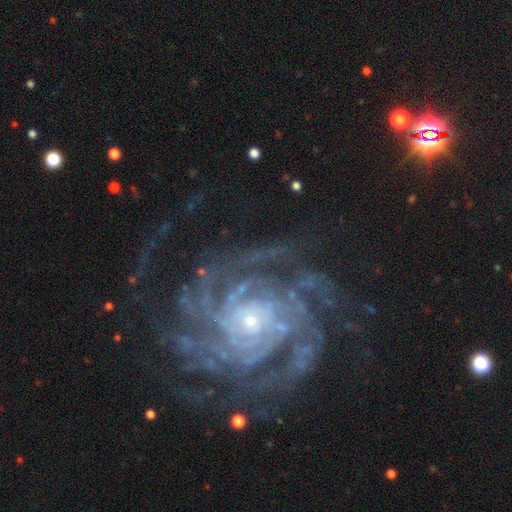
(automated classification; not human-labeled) smooth-or-featured: featured or disk: 91% | star or artifact: 6% | smooth: 3%
  disk-edge-on: no: 97% | yes: 3%
    bar: no: 71% | weak: 20% | strong: 9%
    has-spiral-arms: yes: 98% | no: 2%
      spiral-winding: tight: 72% | medium: 23% | loose: 4%
      spiral-arm-count: more than 4: 30% | 4: 22% | can't tell: 18% | 3: 12% | 2: 10% | 1: 8%
    bulge-size: small: 77% | moderate: 17% | large: 2% | none: 2% | dominant: 1%
  merging: none: 73% | minor disturbance: 15% | major disturbance: 10% | merger: 2%